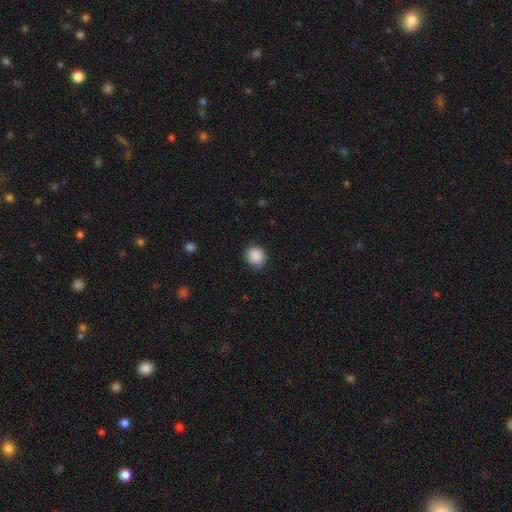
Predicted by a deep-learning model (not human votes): smooth_or_featured: smooth (p=0.89) [alt: star or artifact p=0.09]
how_rounded: round (p=0.78) [alt: in between p=0.21]
merging: none (p=0.87) [alt: minor disturbance p=0.10]